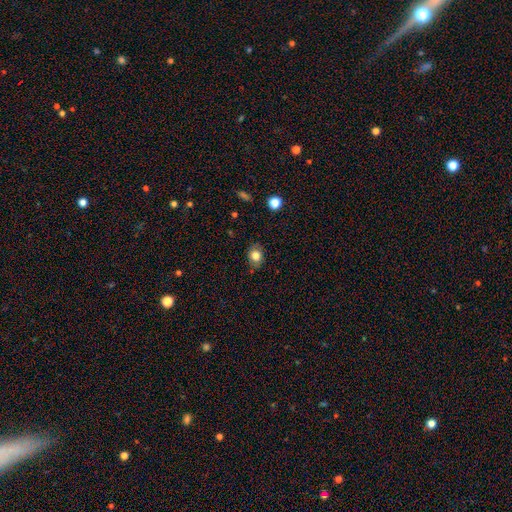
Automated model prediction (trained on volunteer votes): Smooth or featured? smooth (80%)
How rounded? round (50%)
Merging? none (78%)